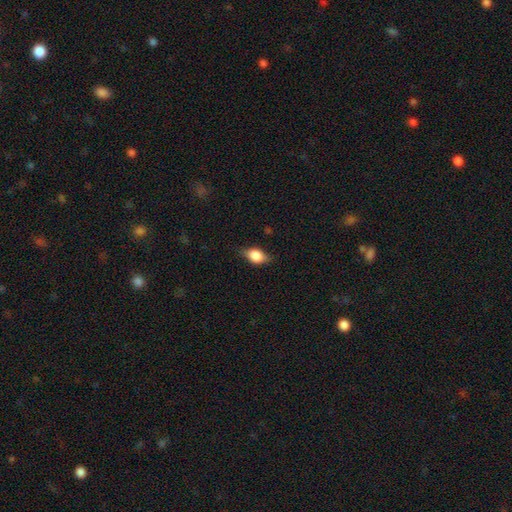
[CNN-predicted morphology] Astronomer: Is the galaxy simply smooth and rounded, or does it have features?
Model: smooth — 73%.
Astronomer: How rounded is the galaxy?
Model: in between — 74%.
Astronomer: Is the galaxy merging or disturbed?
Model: none — 73%.